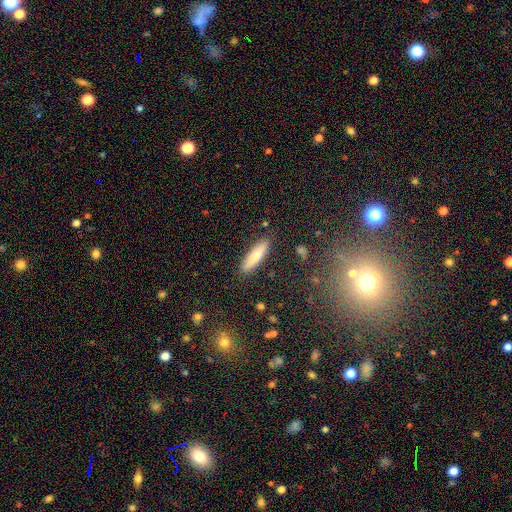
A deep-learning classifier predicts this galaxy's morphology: Smooth or featured: smooth — 73% (featured or disk — 21%)
How rounded: cigar-shaped — 75% (in between — 23%)
Merging: none — 88% (minor disturbance — 9%)